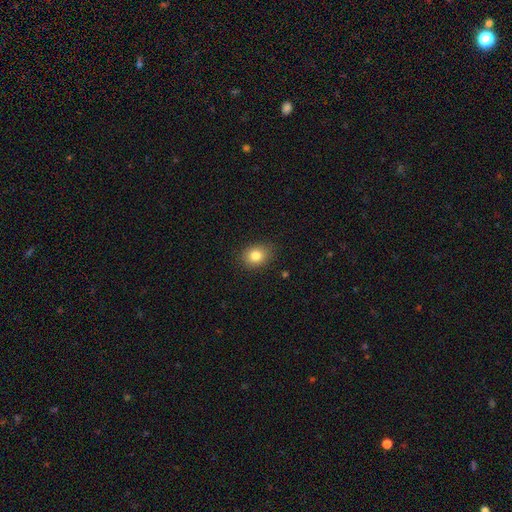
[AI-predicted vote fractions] Smooth or featured?
  - smooth: 82% *
  - star or artifact: 10%
  - featured or disk: 8%
How rounded?
  - round: 50% *
  - in between: 49%
  - cigar-shaped: 1%
Merging?
  - none: 84% *
  - minor disturbance: 12%
  - major disturbance: 3%
  - merger: 1%